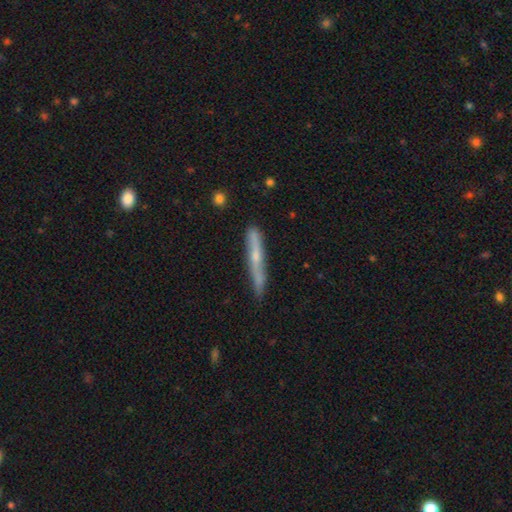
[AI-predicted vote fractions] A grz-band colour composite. It shows a featured or disk galaxy (58%) viewed edge-on (90%) with a rounded central bulge (65%). Merging: none (80%).